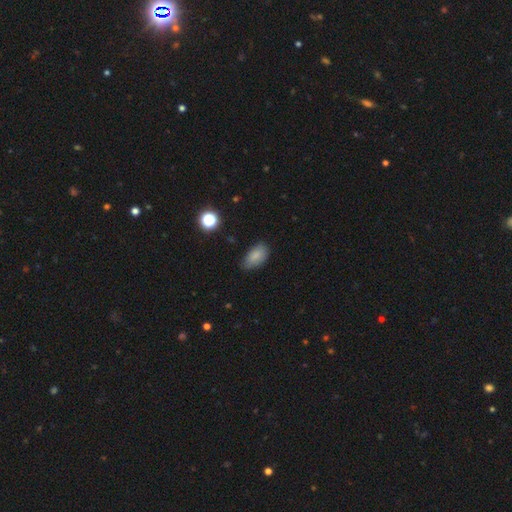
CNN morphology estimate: smooth 84%, star or artifact 9%, featured or disk 7%. Down the decision tree: how rounded — in between (93%); merging — none (73%).